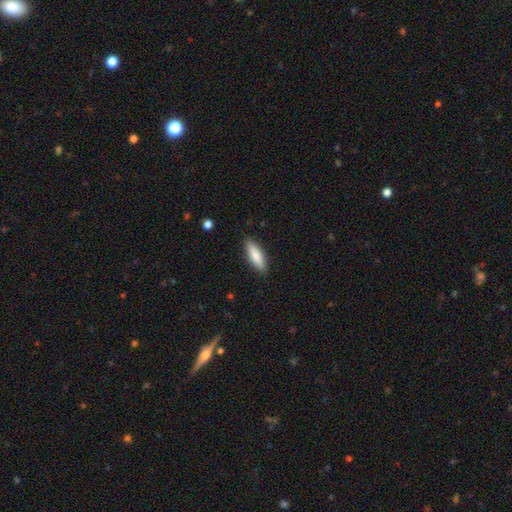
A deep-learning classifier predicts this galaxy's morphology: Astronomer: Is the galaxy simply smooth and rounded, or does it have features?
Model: smooth — 79%.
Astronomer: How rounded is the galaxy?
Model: cigar-shaped — 53% (runner-up: in between, 45%).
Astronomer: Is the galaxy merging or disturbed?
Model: none — 88%.